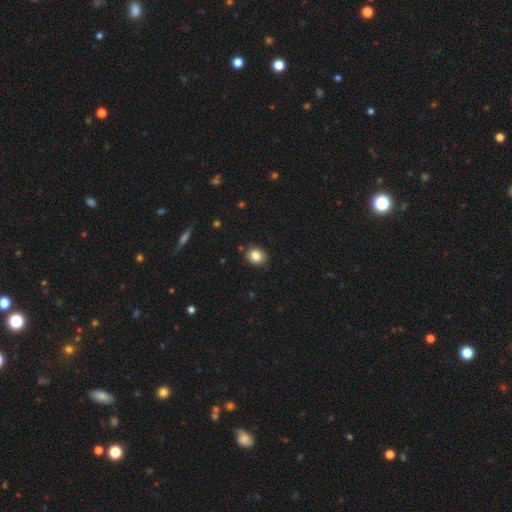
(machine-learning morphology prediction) A smooth galaxy with no disk features (83%) that is round (64%). Merging: none (85%).